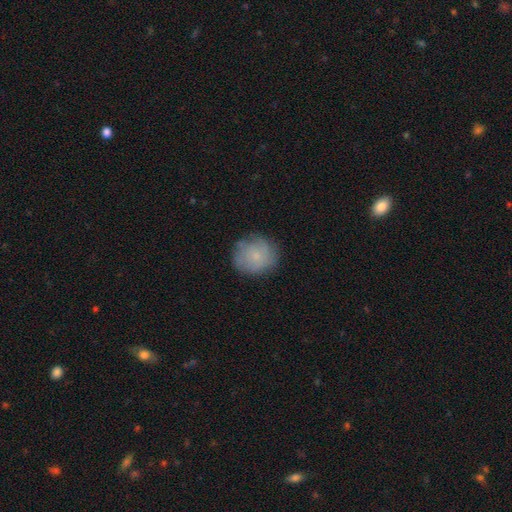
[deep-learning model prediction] Smooth or featured? Predicted: smooth (p=0.66). How rounded? Predicted: round (p=0.80). Merging? Predicted: none (p=0.76).